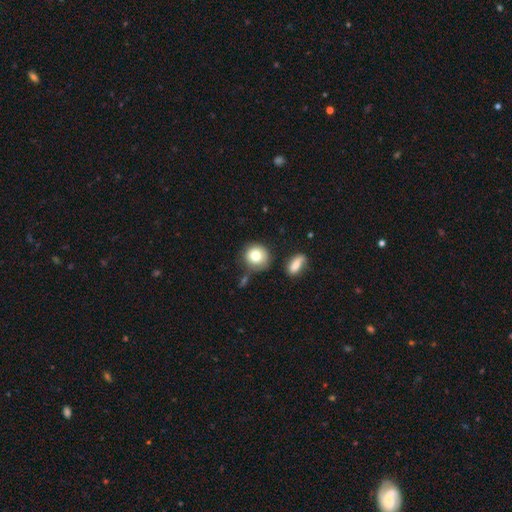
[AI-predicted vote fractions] This appears to be a smooth galaxy with no disk features (78%) that is round (89%). Merging: none (73%).